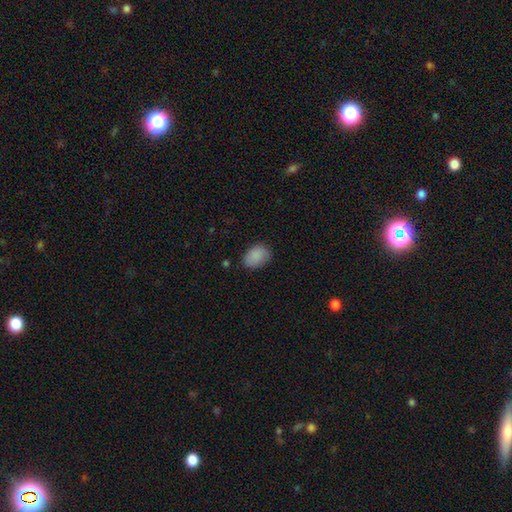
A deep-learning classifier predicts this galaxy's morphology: Smooth or featured? smooth (88%)
How rounded? in between (81%)
Merging? none (79%)